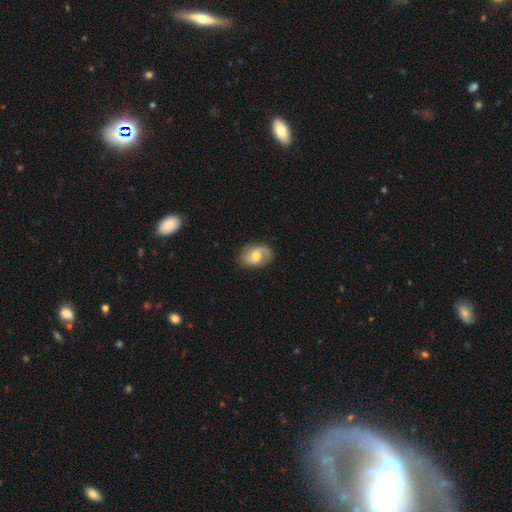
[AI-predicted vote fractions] Q: Smooth or featured?
A: featured or disk (57%); runner-up: smooth (36%)
Q: Edge-on disk?
A: no (96%); runner-up: yes (4%)
Q: Bar?
A: no (54%); runner-up: weak (39%)
Q: Spiral arms?
A: yes (85%); runner-up: no (15%)
Q: Bulge size?
A: moderate (66%); runner-up: small (26%)
Q: Merging?
A: none (79%); runner-up: minor disturbance (15%)